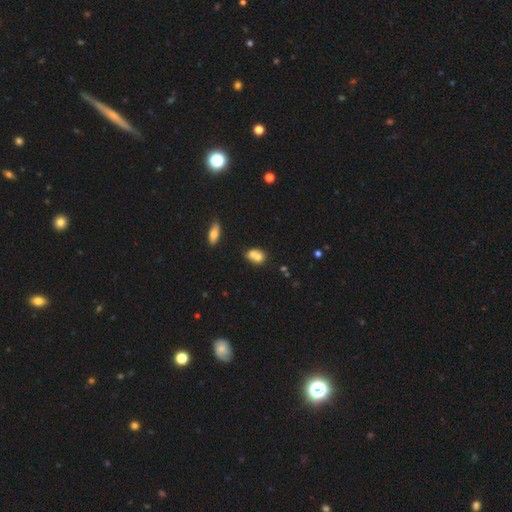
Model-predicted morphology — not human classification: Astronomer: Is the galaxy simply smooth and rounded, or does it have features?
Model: smooth — 70%.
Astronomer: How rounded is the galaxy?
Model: in between — 55% (runner-up: round, 43%).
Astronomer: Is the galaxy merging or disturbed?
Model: merger — 60%.